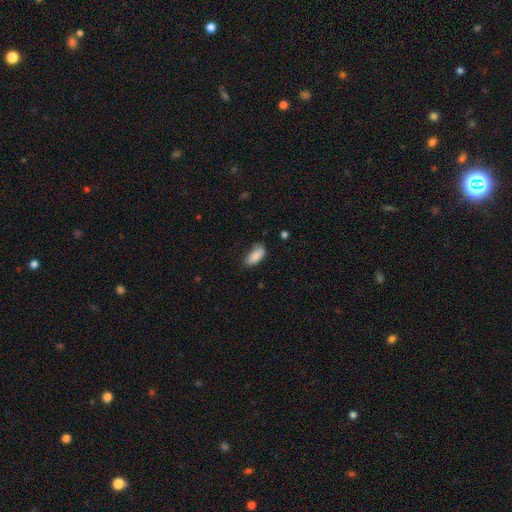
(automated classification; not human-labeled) A smooth galaxy with no disk features (86%) that is in between round and cigar-shaped (87%). Merging: none (63%).